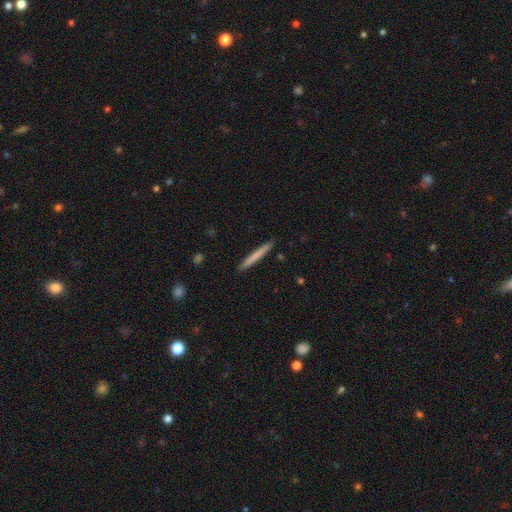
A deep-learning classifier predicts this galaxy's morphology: smooth_or_featured: smooth (p=0.72) [alt: featured or disk p=0.23]
how_rounded: cigar-shaped (p=0.97) [alt: in between p=0.02]
merging: none (p=0.91) [alt: minor disturbance p=0.06]